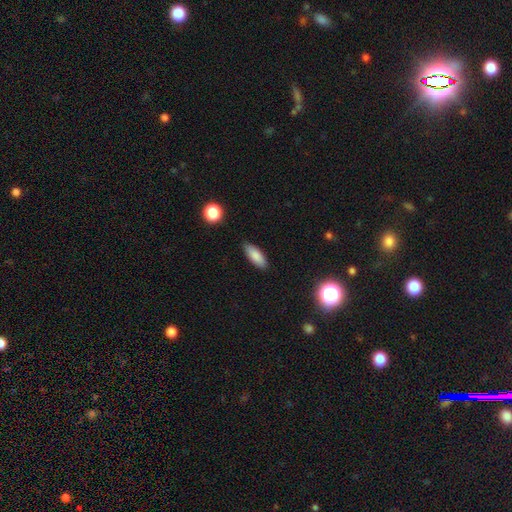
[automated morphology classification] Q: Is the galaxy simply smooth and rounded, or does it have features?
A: smooth — 85%.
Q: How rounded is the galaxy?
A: in between — 75%.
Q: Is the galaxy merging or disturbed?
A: none — 86%.